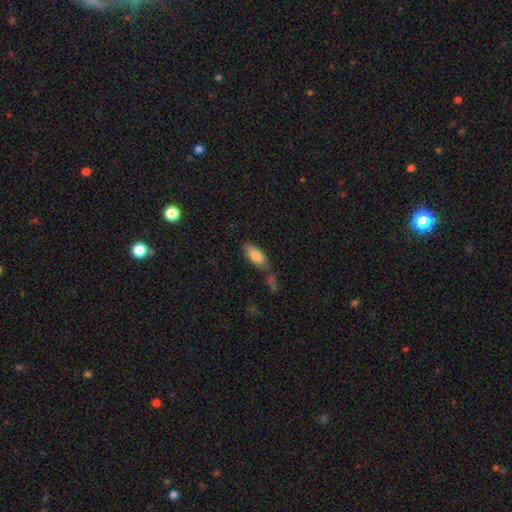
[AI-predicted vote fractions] This appears to be a smooth galaxy with no disk features (82%) that is in between round and cigar-shaped (84%). Merging: none (62%).